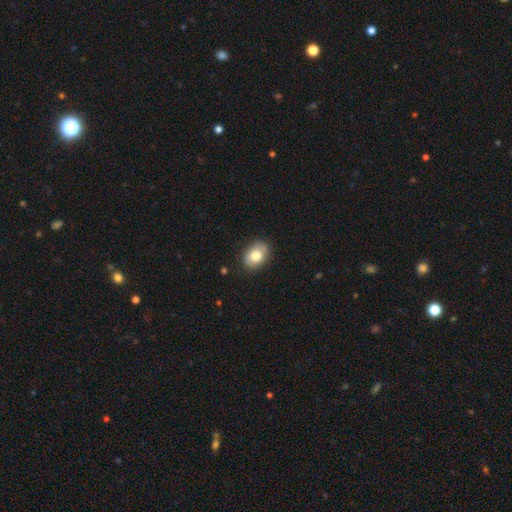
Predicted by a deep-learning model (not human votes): Q: Smooth or featured?
A: smooth (77%); runner-up: featured or disk (15%)
Q: How rounded?
A: in between (67%); runner-up: round (32%)
Q: Merging?
A: none (78%); runner-up: minor disturbance (17%)